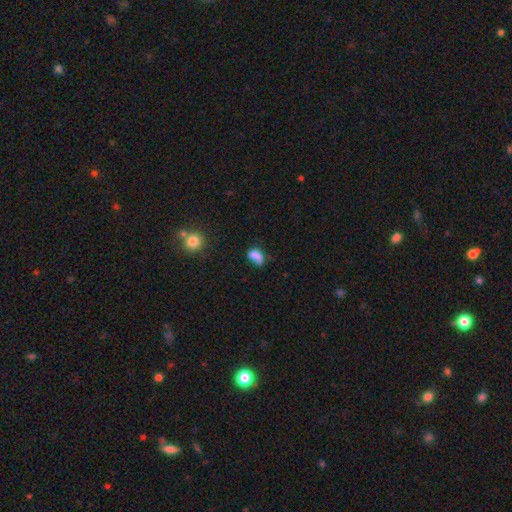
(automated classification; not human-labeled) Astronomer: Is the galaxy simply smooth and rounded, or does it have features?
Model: smooth — 78%.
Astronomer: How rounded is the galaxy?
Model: in between — 84%.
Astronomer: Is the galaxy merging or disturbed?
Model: none — 39% (runner-up: minor disturbance, 33%).